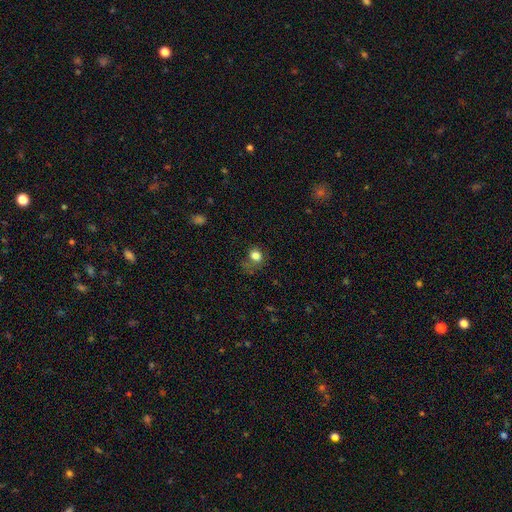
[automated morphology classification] Q: Smooth or featured?
A: smooth (79%); runner-up: star or artifact (12%)
Q: How rounded?
A: round (55%); runner-up: in between (44%)
Q: Merging?
A: none (45%); runner-up: minor disturbance (27%)